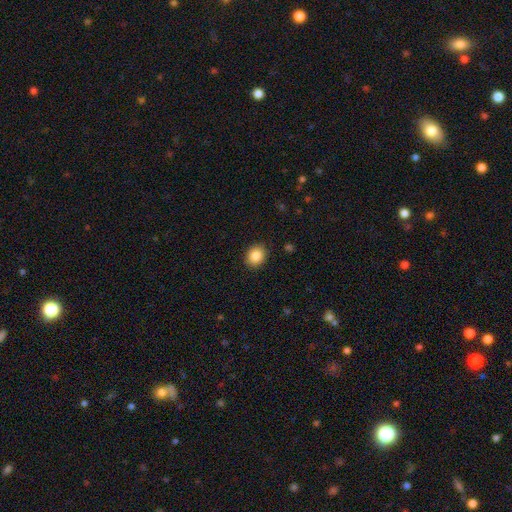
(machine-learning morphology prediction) smooth-or-featured: smooth: 87% | star or artifact: 9% | featured or disk: 4%
  how-rounded: round: 57% | in between: 42% | cigar-shaped: 1%
  merging: none: 88% | minor disturbance: 9% | major disturbance: 2% | merger: 1%